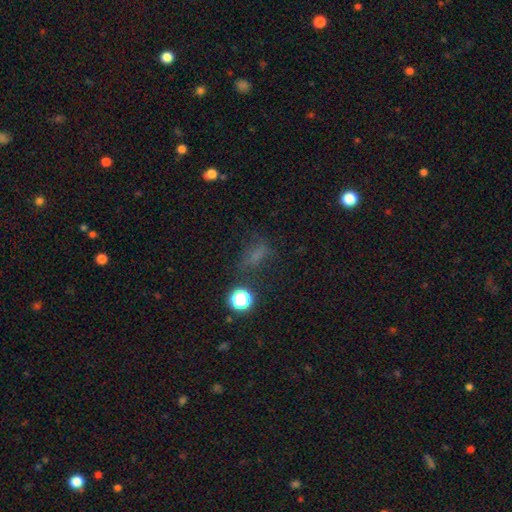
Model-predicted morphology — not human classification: A smooth galaxy with no disk features (52%) that is in between round and cigar-shaped (56%).

Vote fractions:
- Smooth or featured? smooth: 52% / star or artifact: 32% / featured or disk: 15%
- How rounded? in between: 56% / round: 26% / cigar-shaped: 18%
- Merging? none: 58% / minor disturbance: 20% / major disturbance: 17% / merger: 4%